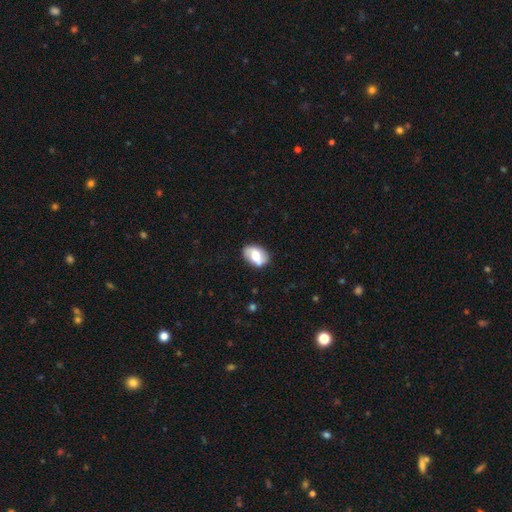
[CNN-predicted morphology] A smooth galaxy with no disk features (56%) that is in between round and cigar-shaped (84%).

Vote fractions:
- Smooth or featured? smooth: 56% / featured or disk: 37% / star or artifact: 8%
- How rounded? in between: 84% / round: 15% / cigar-shaped: 2%
- Merging? none: 79% / minor disturbance: 15% / major disturbance: 4% / merger: 2%